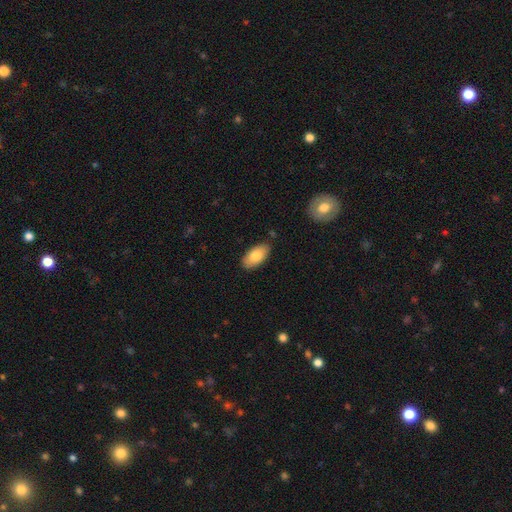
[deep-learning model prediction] smooth 80%, featured or disk 14%, star or artifact 6%. Down the decision tree: how rounded — in between (94%); merging — none (85%).